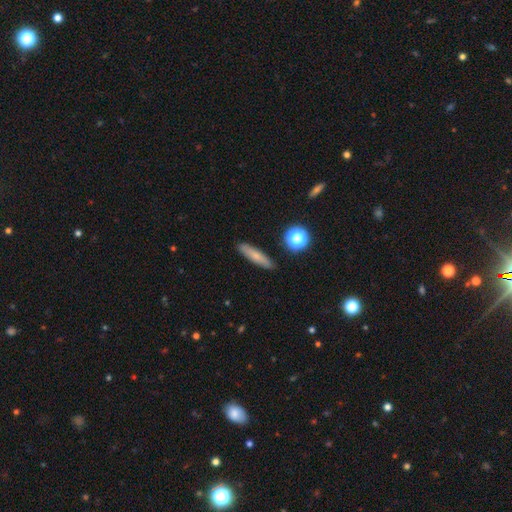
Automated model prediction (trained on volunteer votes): smooth-or-featured: smooth: 71% | featured or disk: 19% | star or artifact: 10%
  how-rounded: cigar-shaped: 80% | in between: 17% | round: 4%
  merging: none: 88% | minor disturbance: 8% | major disturbance: 2% | merger: 2%